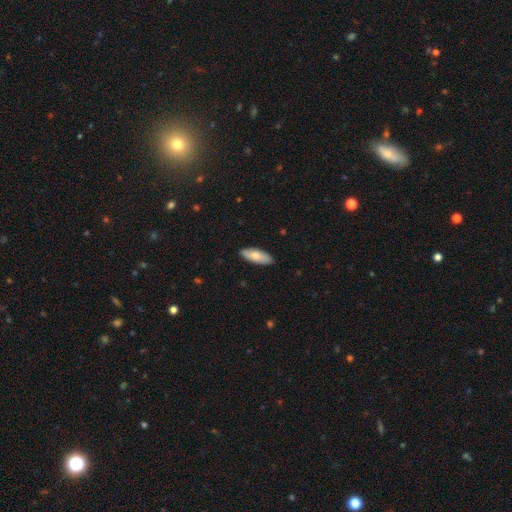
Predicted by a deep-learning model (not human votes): A smooth galaxy with no disk features (76%) that is in between round and cigar-shaped (75%). Merging: none (87%).